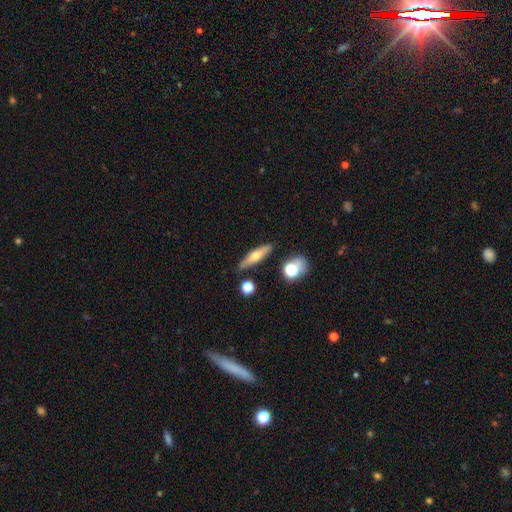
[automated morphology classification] Overall: smooth (51%; featured or disk 41%). How rounded: cigar-shaped (68%). Merging: none (83%).